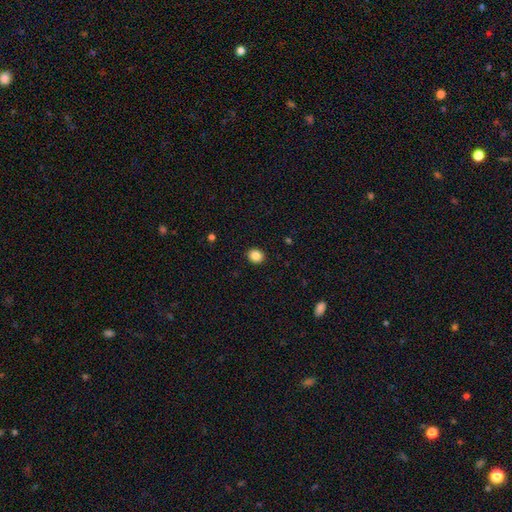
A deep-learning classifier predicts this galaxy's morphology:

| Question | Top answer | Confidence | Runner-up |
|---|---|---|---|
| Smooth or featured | smooth | 85% | star or artifact (10%) |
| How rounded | round | 78% | in between (21%) |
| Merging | none | 92% | minor disturbance (5%) |